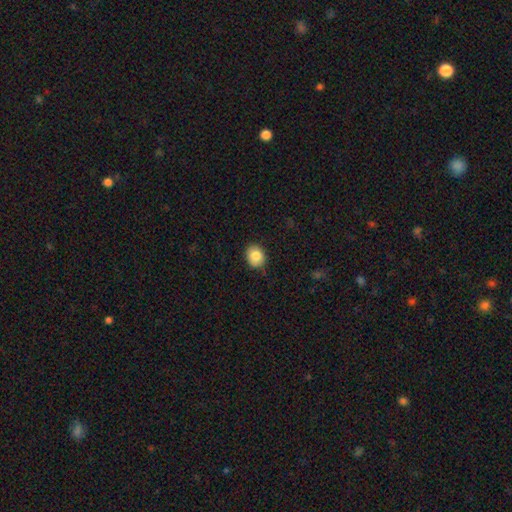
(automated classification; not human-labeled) Smooth or featured? Predicted: smooth (p=0.83). How rounded? Predicted: round (p=0.58). Merging? Predicted: none (p=0.86).